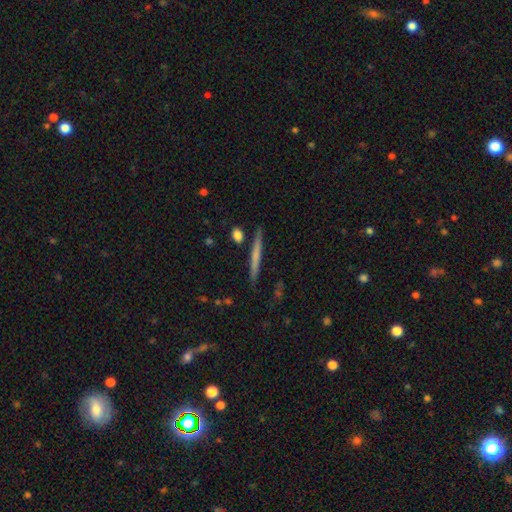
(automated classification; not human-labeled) A smooth galaxy with no disk features (54%) that is cigar-shaped (96%). Merging: none (89%).